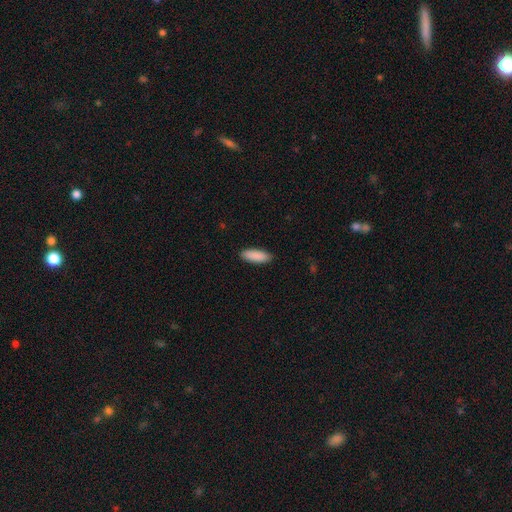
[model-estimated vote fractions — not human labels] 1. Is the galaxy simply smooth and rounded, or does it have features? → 91% smooth, 6% star or artifact, 4% featured or disk.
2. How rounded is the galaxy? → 66% in between, 32% cigar-shaped, 2% round.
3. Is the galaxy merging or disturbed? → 89% none, 8% minor disturbance, 2% major disturbance, 1% merger.